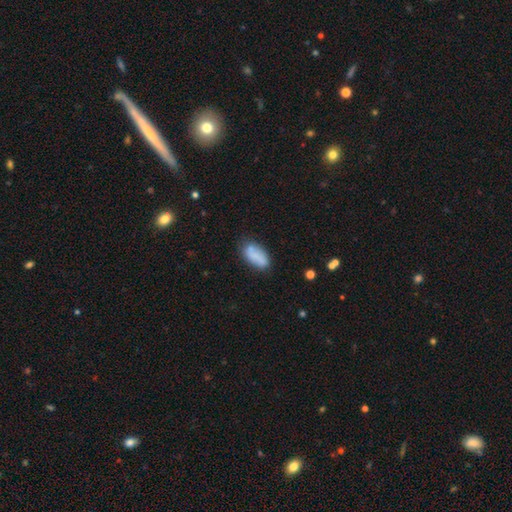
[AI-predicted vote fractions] smooth-or-featured: smooth: 78% | featured or disk: 15% | star or artifact: 8%
  how-rounded: in between: 90% | cigar-shaped: 7% | round: 3%
  merging: none: 64% | minor disturbance: 23% | merger: 7% | major disturbance: 6%